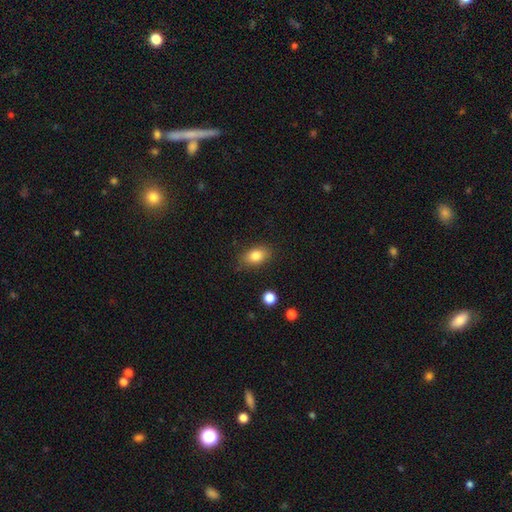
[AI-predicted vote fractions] This appears to be a smooth galaxy with no disk features (82%) that is in between round and cigar-shaped (85%). Merging: none (82%).